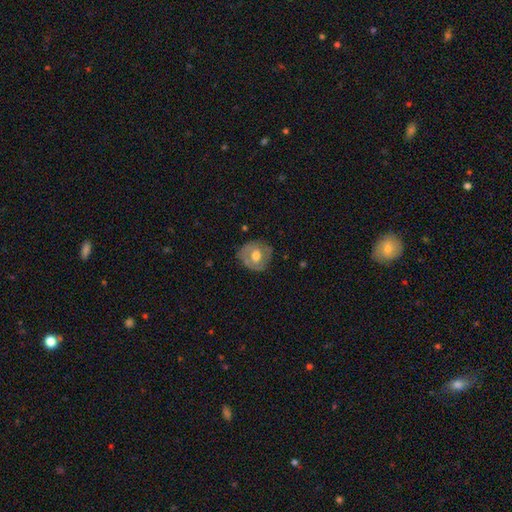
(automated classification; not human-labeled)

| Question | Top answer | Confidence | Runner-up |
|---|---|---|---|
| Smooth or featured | smooth | 51% | featured or disk (42%) |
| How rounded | round | 80% | in between (19%) |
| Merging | none | 72% | minor disturbance (20%) |